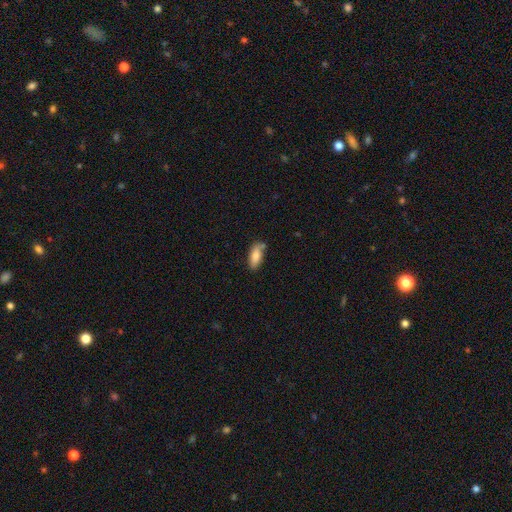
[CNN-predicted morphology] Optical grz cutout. It shows a smooth galaxy with no disk features (80%) that is in between round and cigar-shaped (82%). Merging: none (67%).